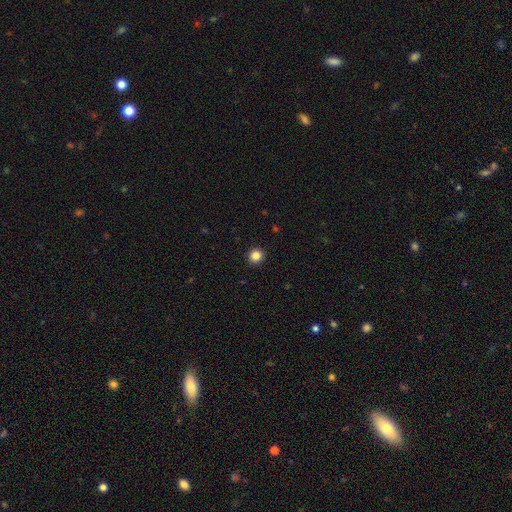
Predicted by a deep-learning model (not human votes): This appears to be a smooth galaxy with no disk features (84%) that is round (93%). Merging: none (93%).